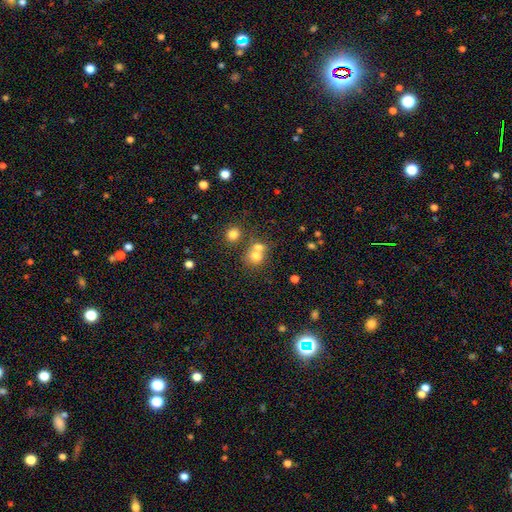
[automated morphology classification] Overall: smooth (73%). How rounded: round (78%). Merging: merger (48%; none 40%).